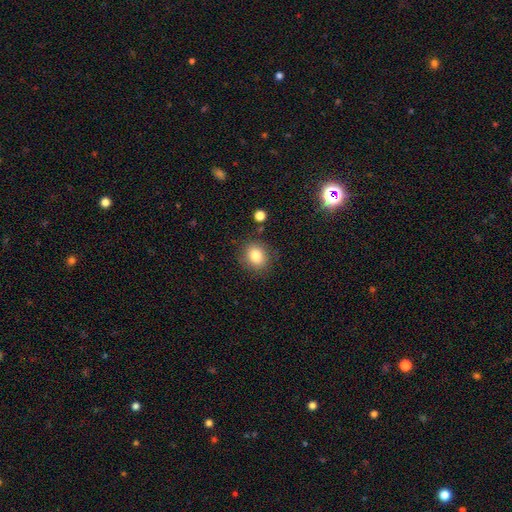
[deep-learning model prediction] The model was most divided on "how rounded": round: 64%, in between: 35%, cigar-shaped: 1%. More confident: merging — none (84%); smooth or featured — smooth (83%).